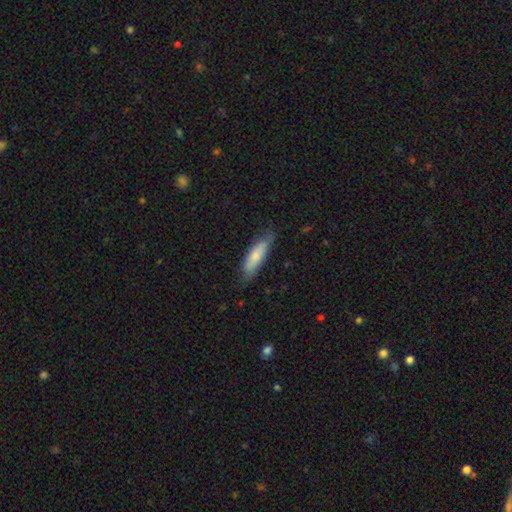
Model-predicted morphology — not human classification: Smooth or featured? Predicted: smooth (p=0.71). How rounded? Predicted: cigar-shaped (p=0.61). Merging? Predicted: none (p=0.70).